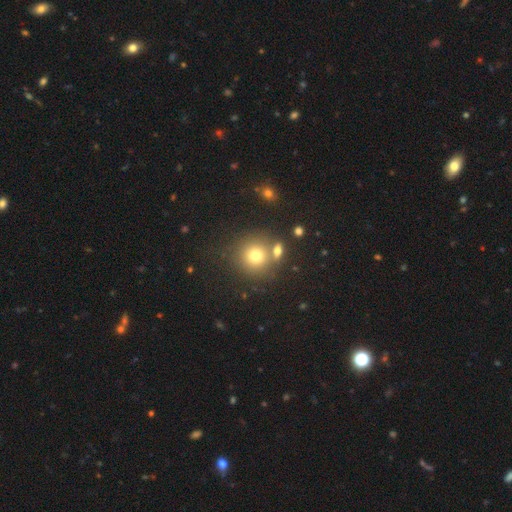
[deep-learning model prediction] Morphology: type=smooth (74%); roundness=round (90%); merging=none (66%).